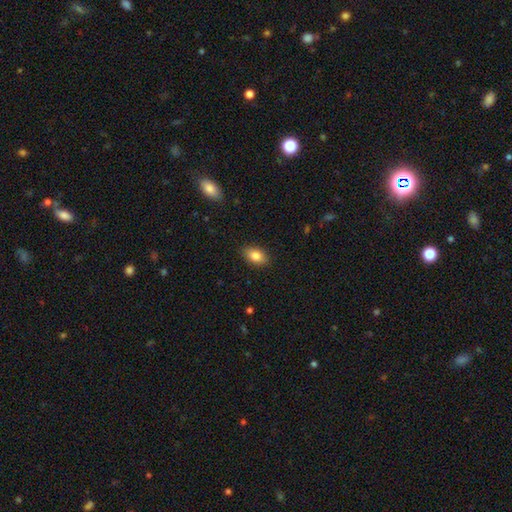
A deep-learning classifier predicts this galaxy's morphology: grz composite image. It shows a smooth galaxy with no disk features (84%) that is in between round and cigar-shaped (89%). Merging: none (87%).